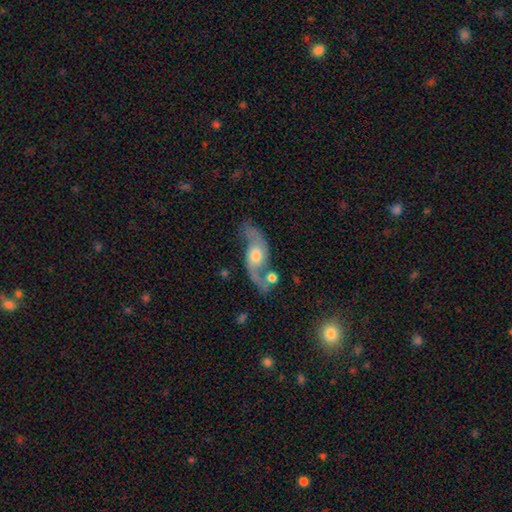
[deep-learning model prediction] A featured or disk galaxy (80%) with no bar (63%), 2 (90%) loose (66%) spiral arms (91%) and a moderate central bulge (62%). Merging: none (51%).